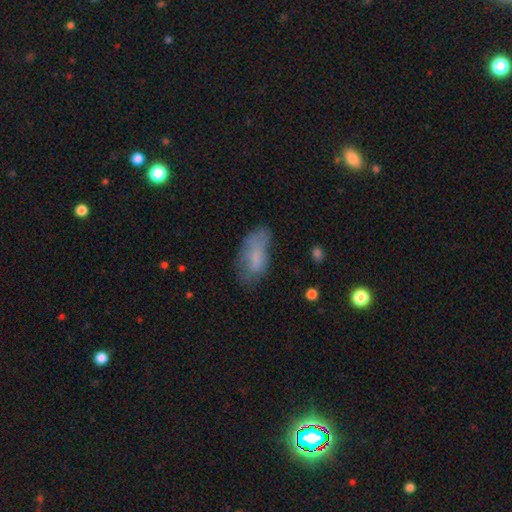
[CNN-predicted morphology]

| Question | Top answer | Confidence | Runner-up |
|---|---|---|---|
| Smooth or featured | smooth | 67% | featured or disk (23%) |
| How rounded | in between | 87% | cigar-shaped (10%) |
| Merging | none | 48% | minor disturbance (31%) |